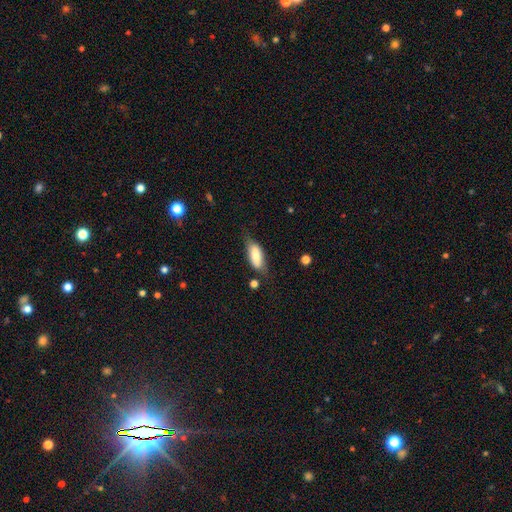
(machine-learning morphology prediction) A smooth galaxy with no disk features (75%) that is in between round and cigar-shaped (73%). Merging: none (56%).